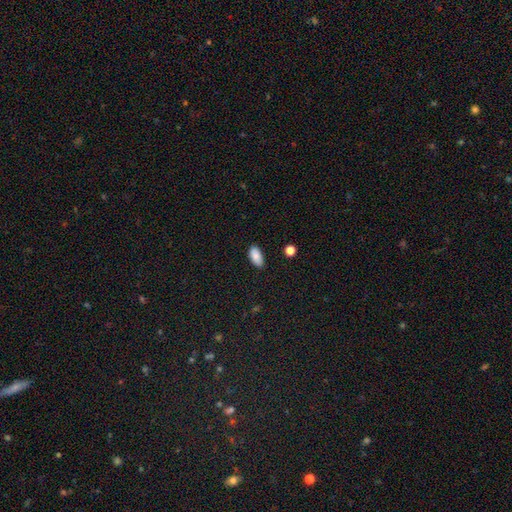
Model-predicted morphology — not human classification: Smooth or featured: smooth — 87% (star or artifact — 7%)
How rounded: in between — 93% (cigar-shaped — 4%)
Merging: none — 84% (minor disturbance — 12%)